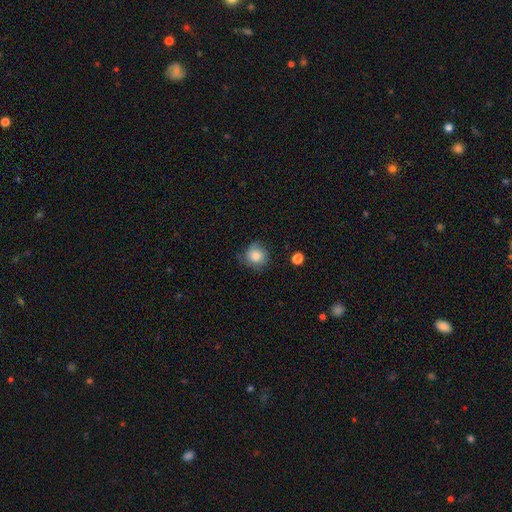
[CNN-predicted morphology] This appears to be a smooth galaxy with no disk features (68%) that is round (83%). Merging: none (62%).